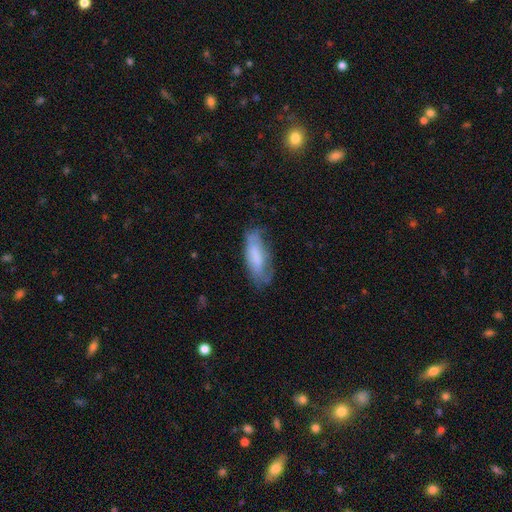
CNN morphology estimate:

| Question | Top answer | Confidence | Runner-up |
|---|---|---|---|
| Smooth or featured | smooth | 65% | featured or disk (28%) |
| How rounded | in between | 63% | cigar-shaped (35%) |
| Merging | none | 55% | minor disturbance (31%) |